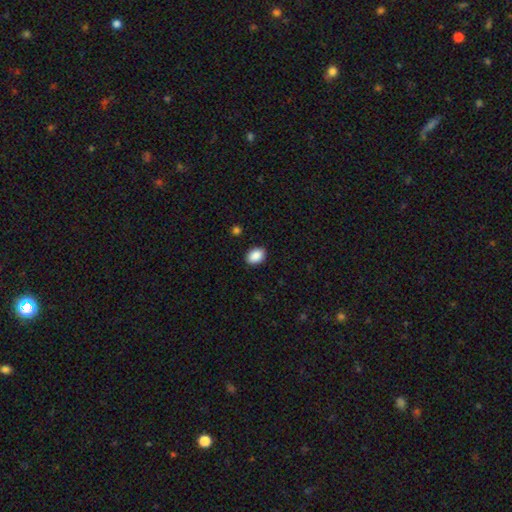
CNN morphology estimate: smooth_or_featured: smooth (p=0.90) [alt: star or artifact p=0.07]
how_rounded: in between (p=0.78) [alt: round p=0.21]
merging: none (p=0.89) [alt: minor disturbance p=0.08]